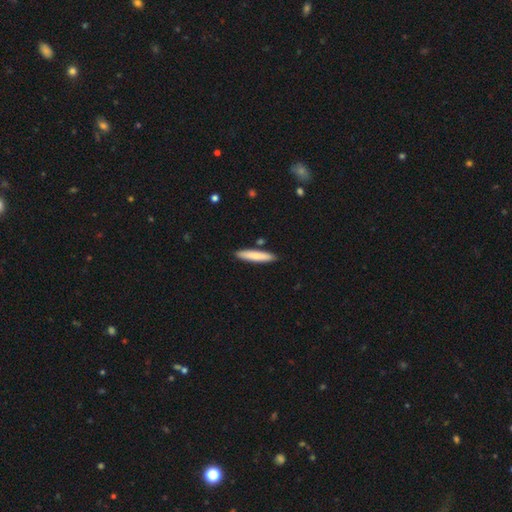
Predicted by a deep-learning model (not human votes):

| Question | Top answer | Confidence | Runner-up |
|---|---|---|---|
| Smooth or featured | smooth | 77% | featured or disk (18%) |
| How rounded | cigar-shaped | 89% | in between (10%) |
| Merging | none | 87% | minor disturbance (8%) |